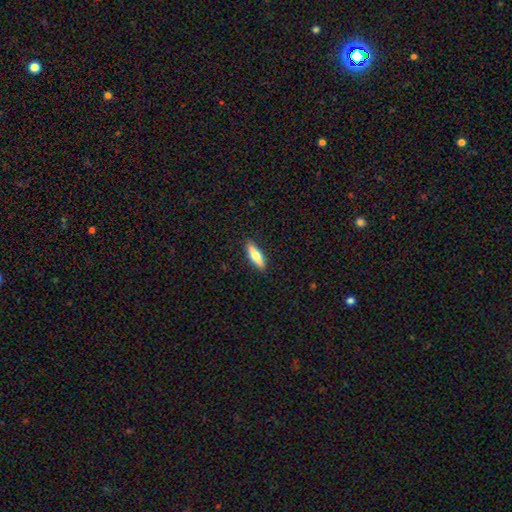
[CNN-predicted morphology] Smooth or featured? Predicted: smooth (p=0.64). How rounded? Predicted: cigar-shaped (p=0.54). Merging? Predicted: none (p=0.89).